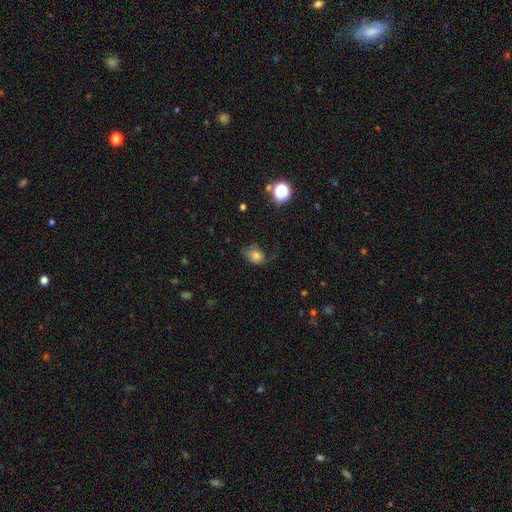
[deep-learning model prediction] Morphology: type=smooth (76%); roundness=in between (60%); merging=none (57%).